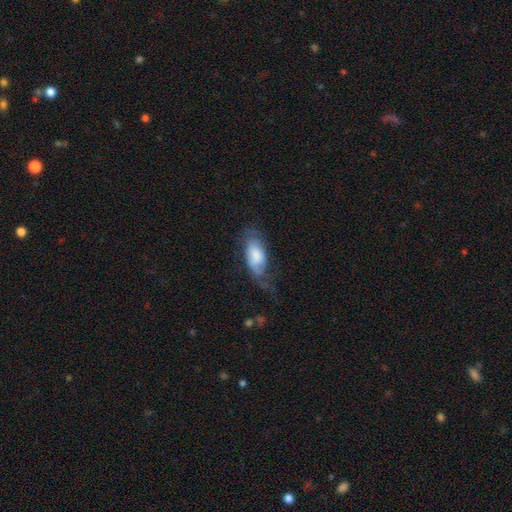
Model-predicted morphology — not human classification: Overall: smooth (63%; featured or disk 31%). How rounded: in between (89%). Merging: none (35%; major disturbance 33%).